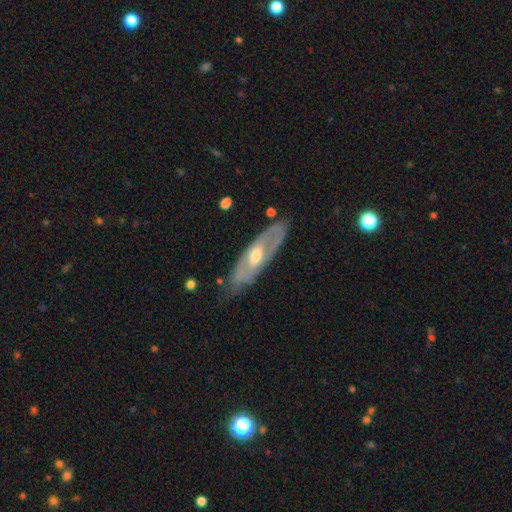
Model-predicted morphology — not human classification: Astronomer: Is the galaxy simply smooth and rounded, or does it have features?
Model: featured or disk — 70%.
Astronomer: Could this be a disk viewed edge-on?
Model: no — 71%.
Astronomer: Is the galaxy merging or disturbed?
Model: none — 73%.